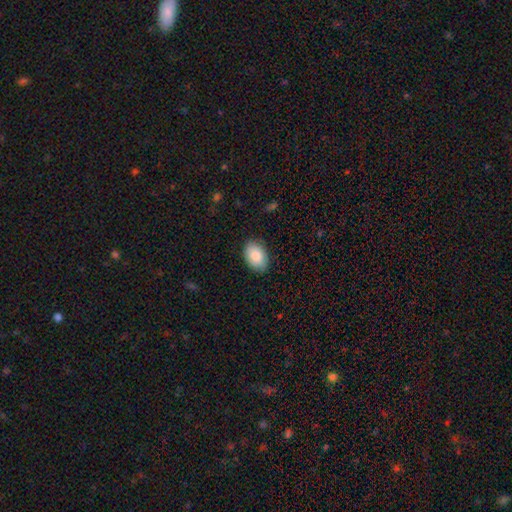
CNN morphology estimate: smooth 87%, featured or disk 7%, star or artifact 6%. Down the decision tree: how rounded — in between (88%); merging — none (87%).